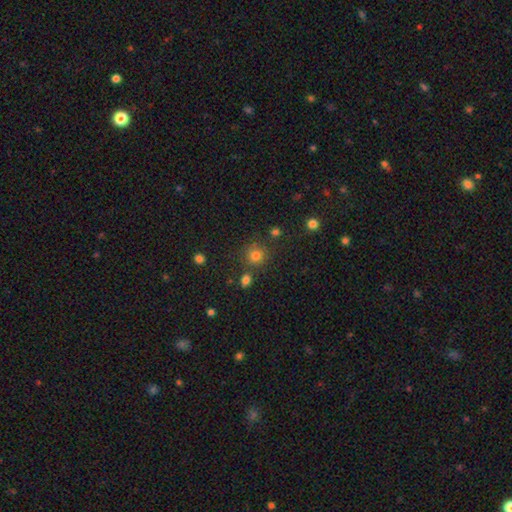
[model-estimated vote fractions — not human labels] The model was most divided on "smooth or featured": smooth: 79%, star or artifact: 15%, featured or disk: 6%. More confident: how rounded — round (90%); merging — none (77%).